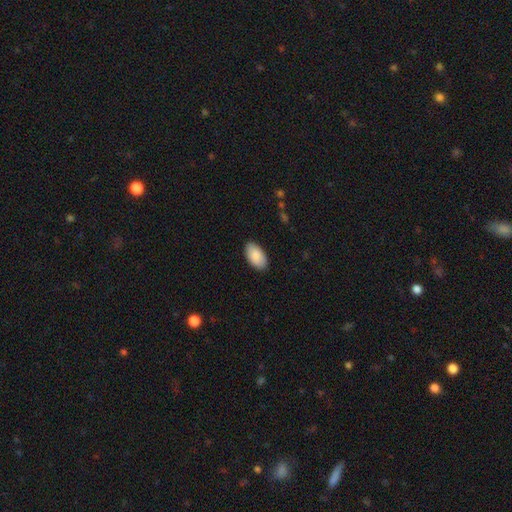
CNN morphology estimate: Smooth or featured: smooth — 89% (star or artifact — 6%)
How rounded: in between — 96% (round — 3%)
Merging: none — 88% (minor disturbance — 9%)